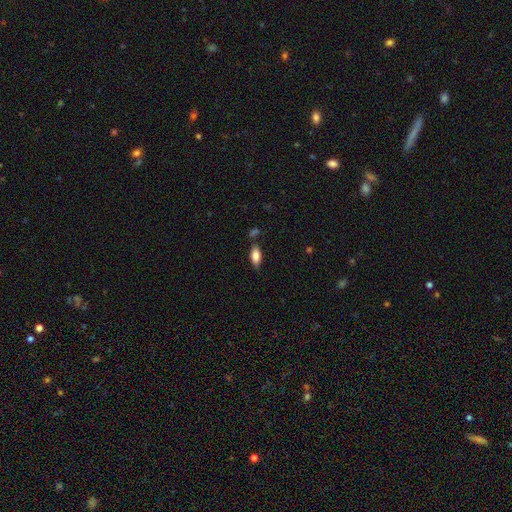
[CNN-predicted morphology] The model was most divided on "merging": none: 75%, minor disturbance: 15%, merger: 6%, major disturbance: 3%. More confident: how rounded — in between (86%); smooth or featured — smooth (80%).